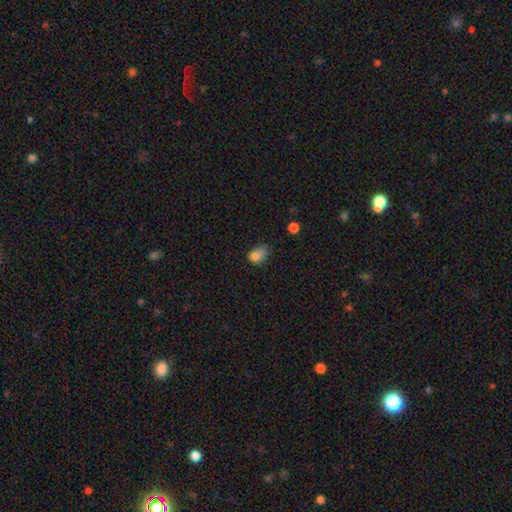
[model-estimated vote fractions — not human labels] Q: Smooth or featured?
A: smooth (79%); runner-up: star or artifact (12%)
Q: How rounded?
A: in between (70%); runner-up: round (28%)
Q: Merging?
A: minor disturbance (39%); runner-up: none (35%)